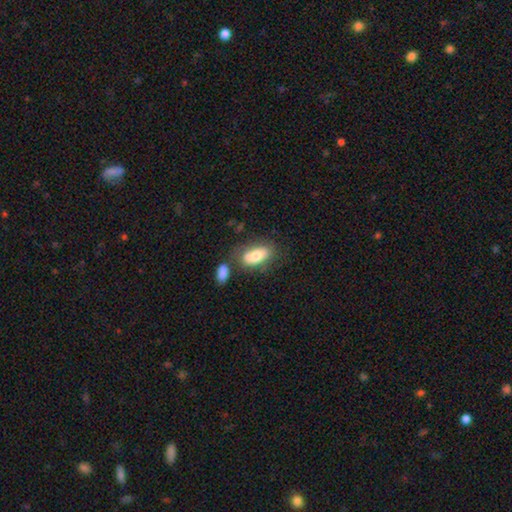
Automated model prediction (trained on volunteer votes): This appears to be a smooth galaxy with no disk features (71%) that is in between round and cigar-shaped (89%). Merging: none (54%).